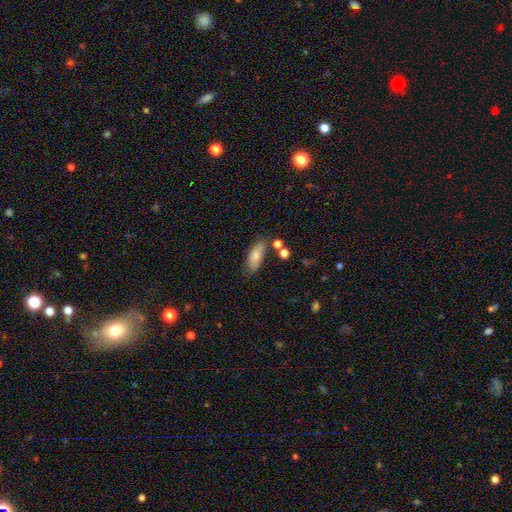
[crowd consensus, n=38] smooth-or-featured: smooth: 82% | featured or disk: 11% | star or artifact: 8%
  how-rounded: in between: 87% | cigar-shaped: 10% | round: 3%
  merging: none: 60% | minor disturbance: 29% | major disturbance: 6% | merger: 6%